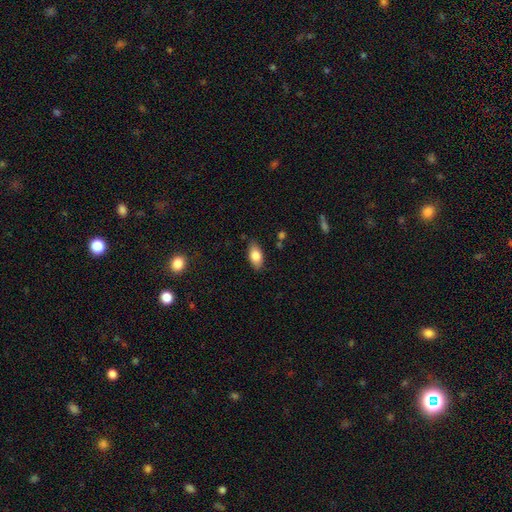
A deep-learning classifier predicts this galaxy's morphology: This is clearly a smooth galaxy (81%). How rounded: clearly in between (91%). Merging: clearly none (82%).